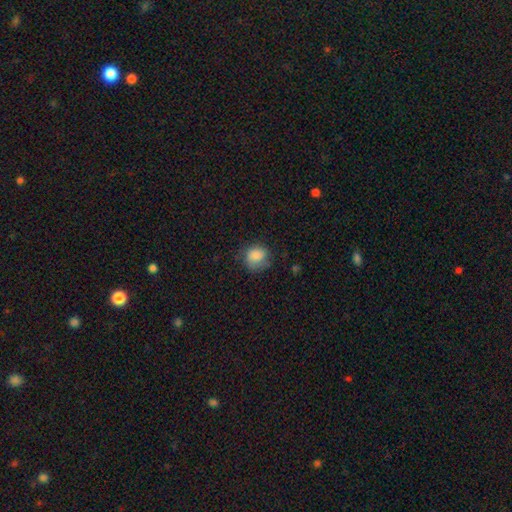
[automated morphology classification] smooth 85%, star or artifact 8%, featured or disk 7%. Down the decision tree: how rounded — round (71%); merging — none (60%).